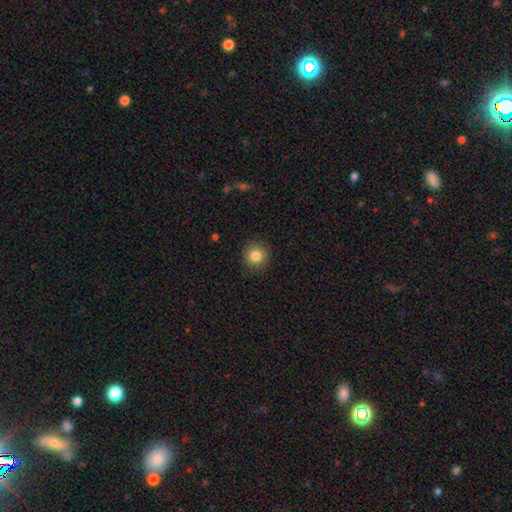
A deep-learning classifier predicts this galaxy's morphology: A smooth galaxy with no disk features (83%) that is round (93%).

Vote fractions:
- Smooth or featured? smooth: 83% / star or artifact: 10% / featured or disk: 7%
- How rounded? round: 93% / in between: 6% / cigar-shaped: 1%
- Merging? none: 89% / minor disturbance: 8% / major disturbance: 2% / merger: 1%